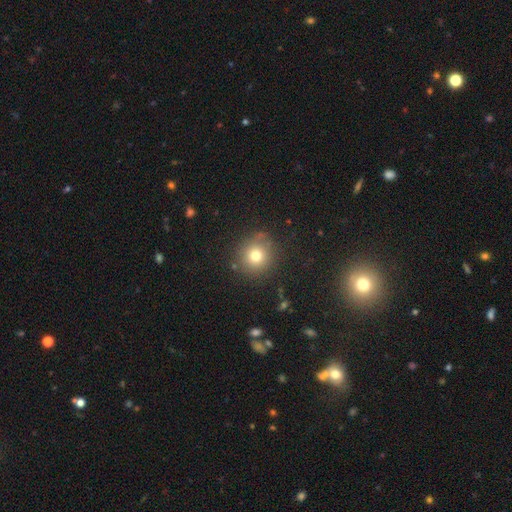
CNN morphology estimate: Smooth or featured?
  - smooth: 75% *
  - star or artifact: 15%
  - featured or disk: 10%
How rounded?
  - round: 93% *
  - in between: 6%
  - cigar-shaped: 1%
Merging?
  - none: 85% *
  - minor disturbance: 9%
  - major disturbance: 3%
  - merger: 2%